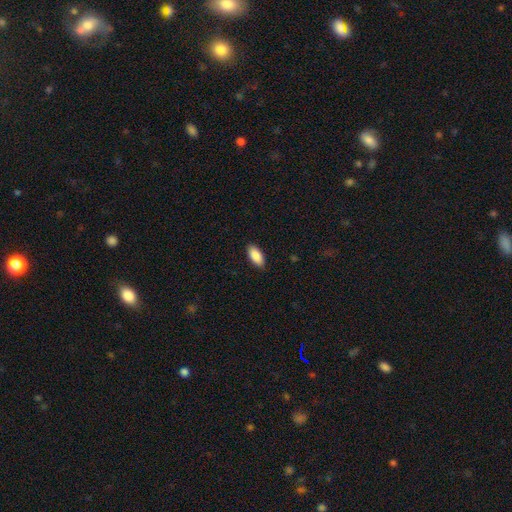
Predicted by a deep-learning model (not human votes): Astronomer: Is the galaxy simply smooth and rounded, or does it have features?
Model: smooth — 89%.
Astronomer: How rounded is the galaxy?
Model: in between — 91%.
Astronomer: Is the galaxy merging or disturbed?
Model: none — 88%.